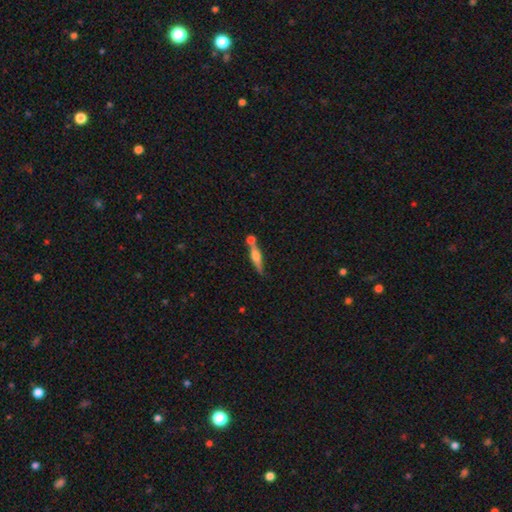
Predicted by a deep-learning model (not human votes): The model was most divided on "smooth or featured": featured or disk: 51%, smooth: 42%, star or artifact: 8%. More confident: edge-on disk — yes (90%); merging — none (53%).